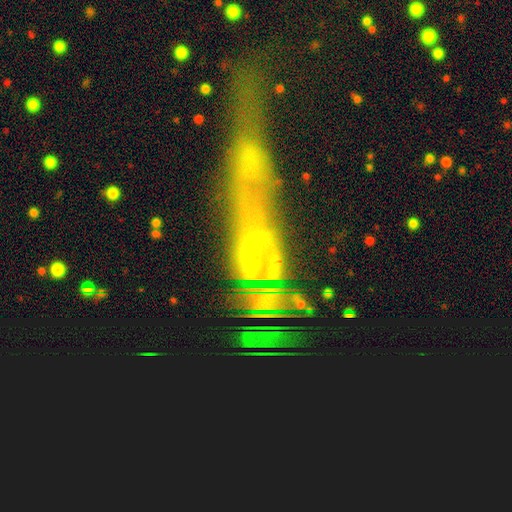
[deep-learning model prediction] smooth_or_featured: featured or disk (p=0.48) [alt: star or artifact p=0.27]
merging: merger (p=0.40) [alt: major disturbance p=0.28]